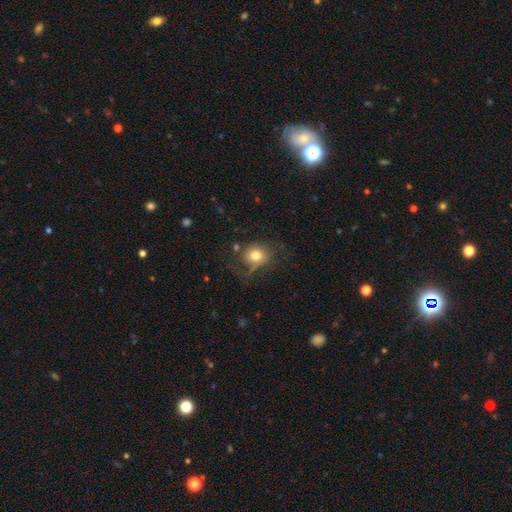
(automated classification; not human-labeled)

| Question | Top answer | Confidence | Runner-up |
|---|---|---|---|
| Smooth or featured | smooth | 64% | featured or disk (25%) |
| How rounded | round | 66% | in between (33%) |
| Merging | none | 49% | major disturbance (25%) |